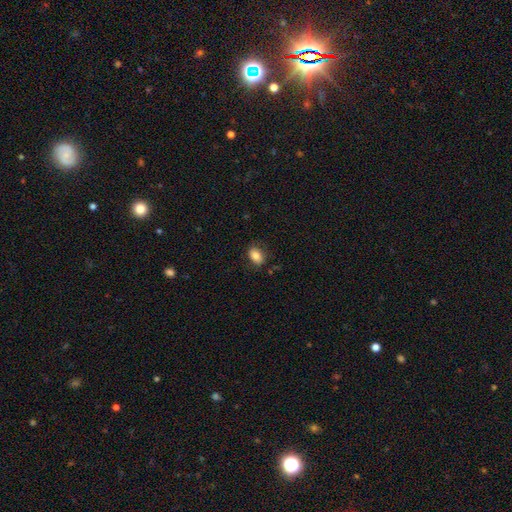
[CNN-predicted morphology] Q: Smooth or featured?
A: smooth (81%); runner-up: featured or disk (11%)
Q: How rounded?
A: in between (84%); runner-up: round (14%)
Q: Merging?
A: none (78%); runner-up: minor disturbance (16%)